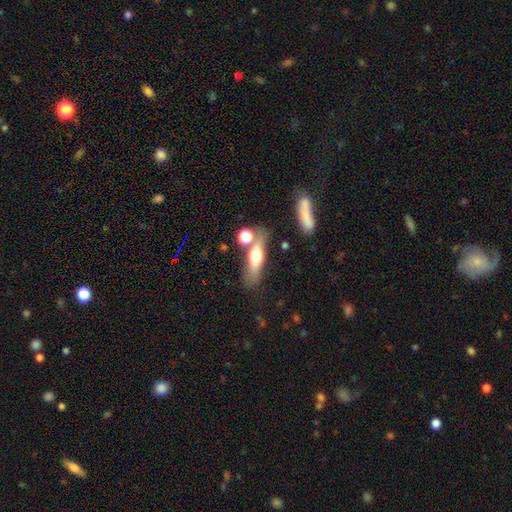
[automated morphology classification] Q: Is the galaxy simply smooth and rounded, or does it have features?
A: smooth — 53%.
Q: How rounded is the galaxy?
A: cigar-shaped — 56%.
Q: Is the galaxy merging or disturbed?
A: none — 60%.